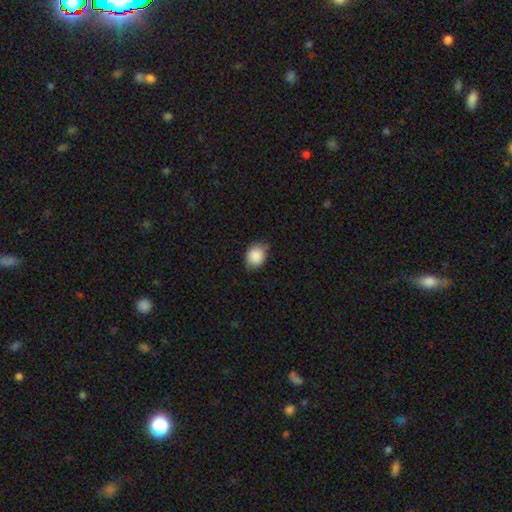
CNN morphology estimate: Overall: smooth (89%). How rounded: round (55%; in between 44%). Merging: none (77%).